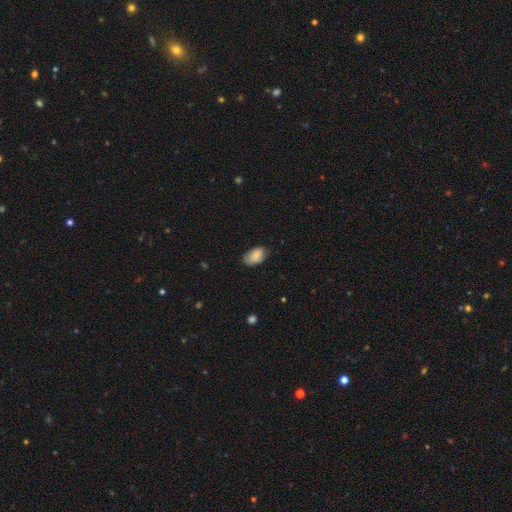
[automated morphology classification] A smooth galaxy with no disk features (81%) that is in between round and cigar-shaped (93%).

Vote fractions:
- Smooth or featured? smooth: 81% / featured or disk: 12% / star or artifact: 7%
- How rounded? in between: 93% / round: 5% / cigar-shaped: 2%
- Merging? none: 70% / minor disturbance: 25% / major disturbance: 4% / merger: 1%